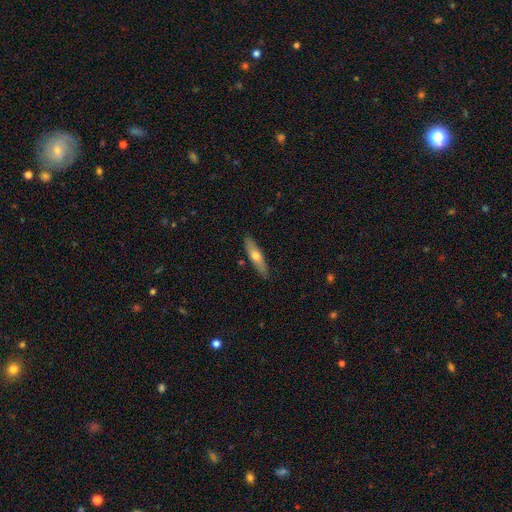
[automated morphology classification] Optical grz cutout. It shows a smooth galaxy with no disk features (55%) that is cigar-shaped (69%). Merging: none (87%).